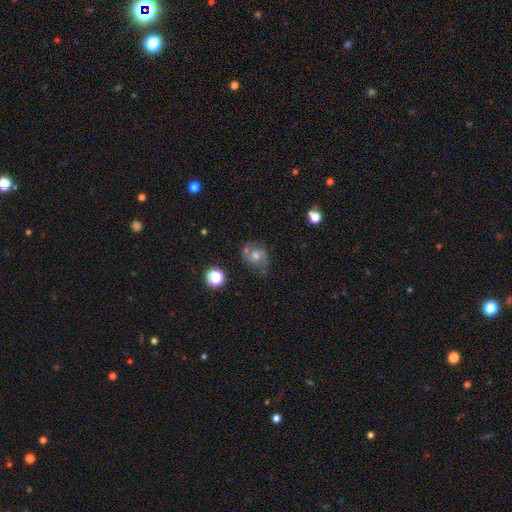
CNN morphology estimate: This appears to be a featured or disk galaxy (47%). Merging: none (52%).